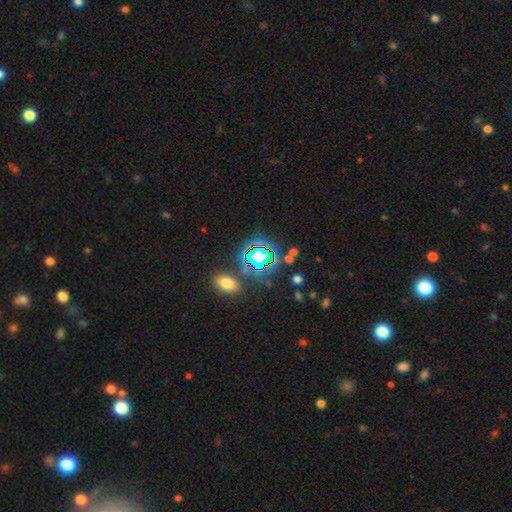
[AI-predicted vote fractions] A star or artifact, not a galaxy (68%).

Vote fractions:
- Smooth or featured? star or artifact: 68% / smooth: 21% / featured or disk: 11%